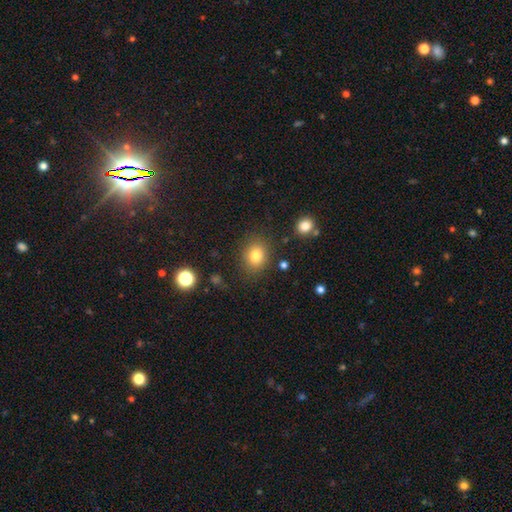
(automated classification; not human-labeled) Smooth or featured? Predicted: smooth (p=0.80). How rounded? Predicted: round (p=0.63). Merging? Predicted: none (p=0.83).